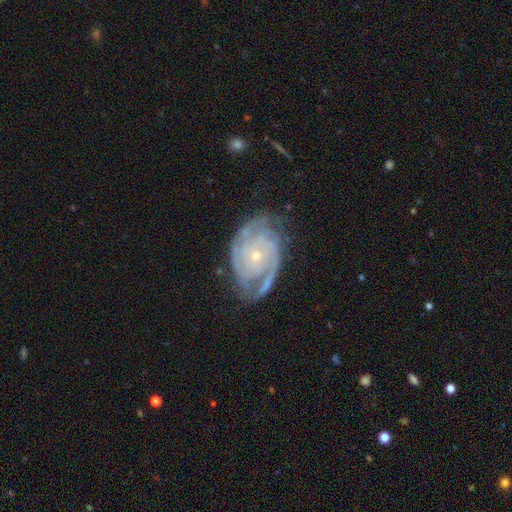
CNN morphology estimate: featured or disk 89%, smooth 6%, star or artifact 5%. Down the decision tree: edge-on disk — no (97%); bar — no (77%); spiral arms — yes (97%); spiral arm count — 2 (36%); spiral winding — tight (69%); bulge size — small (78%); merging — none (70%).